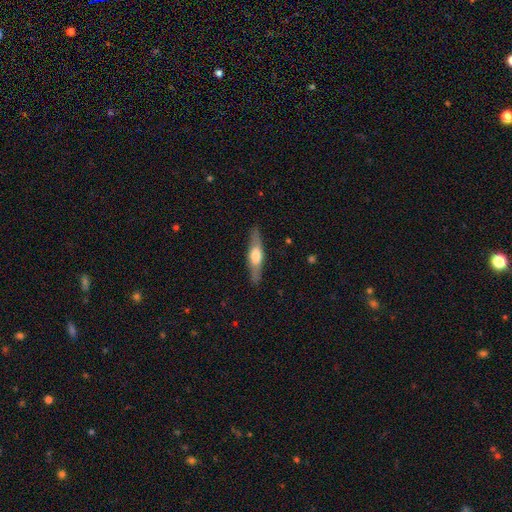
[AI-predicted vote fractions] smooth-or-featured: featured or disk: 56% | smooth: 39% | star or artifact: 5%
  disk-edge-on: yes: 91% | no: 9%
    edge-on-bulge: rounded: 88% | boxy: 8% | none: 4%
  merging: none: 87% | minor disturbance: 9% | major disturbance: 2% | merger: 1%